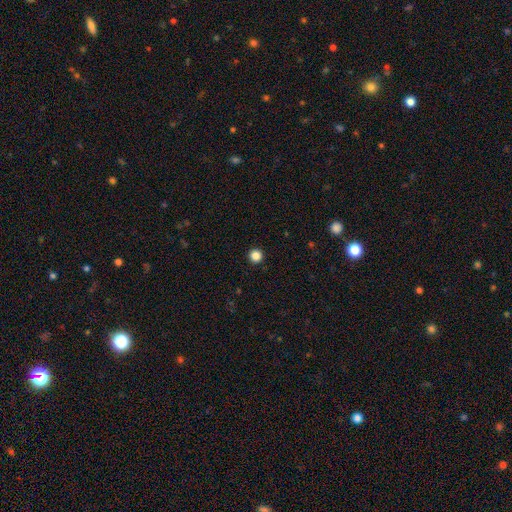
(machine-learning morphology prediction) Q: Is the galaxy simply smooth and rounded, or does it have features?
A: smooth — 86%.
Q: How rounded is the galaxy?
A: round — 96%.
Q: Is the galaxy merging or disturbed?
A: none — 94%.